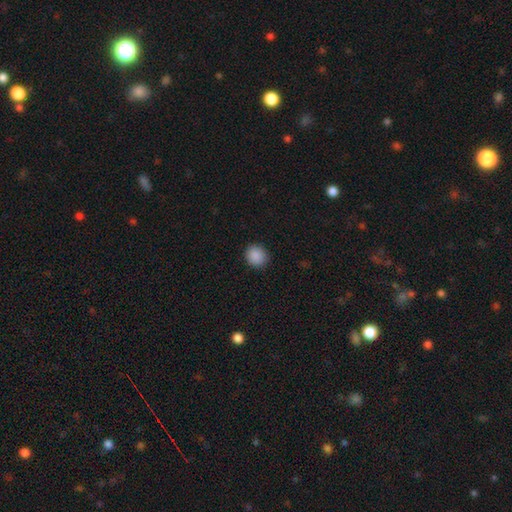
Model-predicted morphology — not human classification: A smooth galaxy with no disk features (89%) that is round (85%). Merging: none (91%).